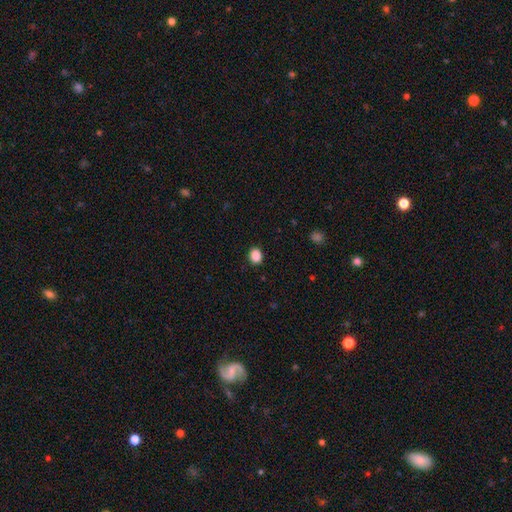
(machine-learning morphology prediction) This appears to be a smooth galaxy with no disk features (88%) that is round (51%). Merging: none (90%).